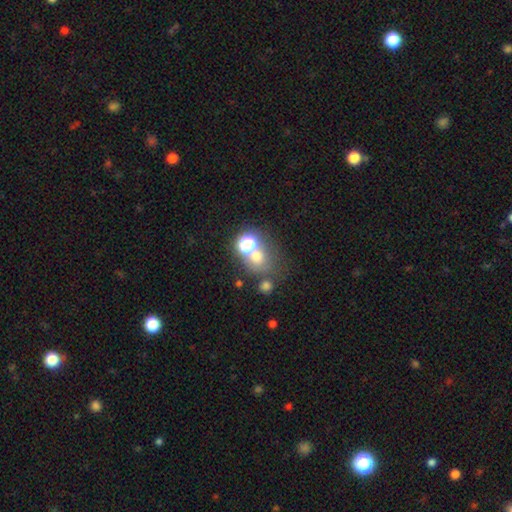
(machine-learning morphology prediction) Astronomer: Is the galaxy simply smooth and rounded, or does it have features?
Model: smooth — 61%.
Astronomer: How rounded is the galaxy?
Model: round — 77%.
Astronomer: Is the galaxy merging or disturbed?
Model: none — 47% (runner-up: merger, 37%).